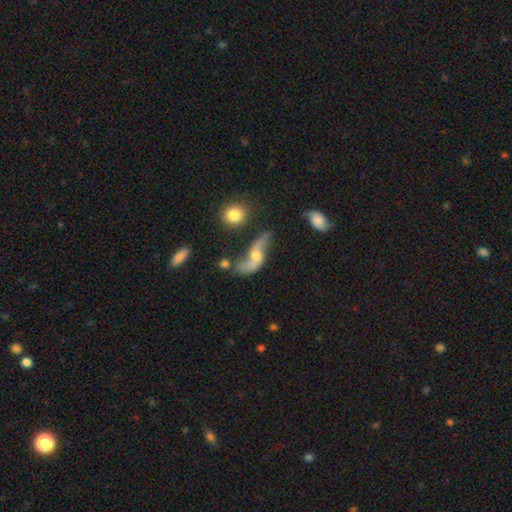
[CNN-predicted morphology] This is likely a featured or disk galaxy (74%). It is clearly not viewed edge-on (88%). Bar: likely no (63%). Spiral arm pattern: clearly yes (88%). Spiral arm count: clearly 2 (90%). Spiral winding: clearly loose (89%). Central bulge: possibly moderate (57%). Merging: possibly none (47%).